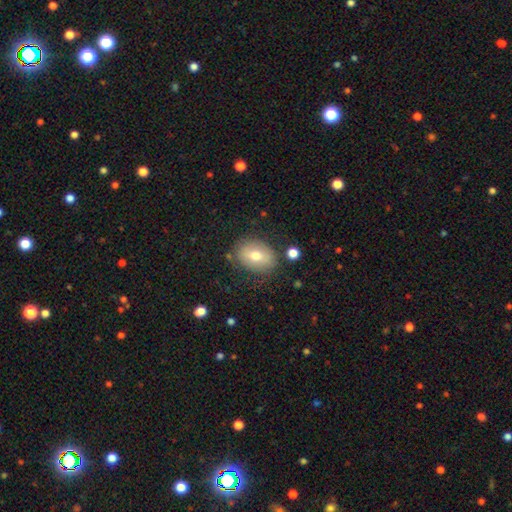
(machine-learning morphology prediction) Smooth or featured: smooth — 69% (featured or disk — 22%)
How rounded: in between — 72% (round — 27%)
Merging: none — 79% (minor disturbance — 14%)